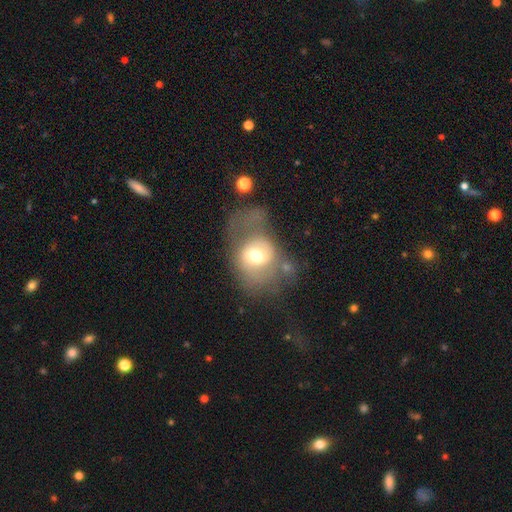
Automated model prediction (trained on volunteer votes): The model was most divided on "how rounded": in between: 52%, round: 47%, cigar-shaped: 1%. Remaining: smooth or featured — smooth (55%); merging — major disturbance (41%).